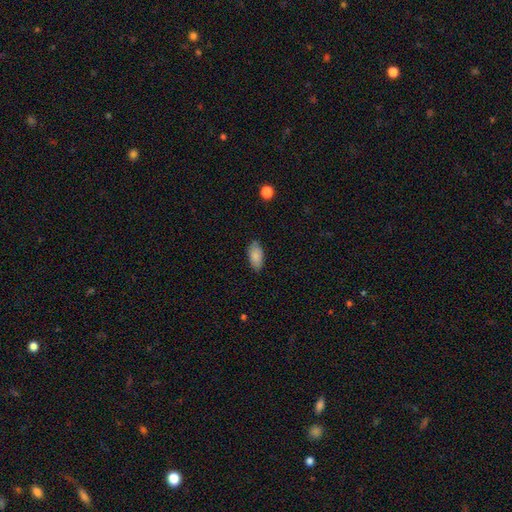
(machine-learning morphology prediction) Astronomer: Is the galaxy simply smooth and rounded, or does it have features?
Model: smooth — 85%.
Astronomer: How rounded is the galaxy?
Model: in between — 93%.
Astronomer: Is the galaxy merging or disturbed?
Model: none — 80%.